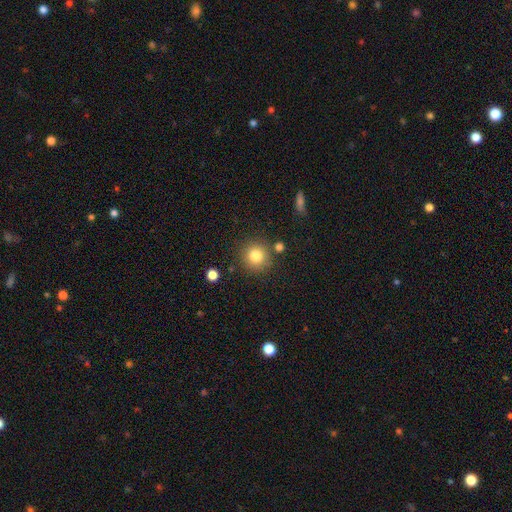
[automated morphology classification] Smooth or featured? smooth (81%)
How rounded? round (92%)
Merging? none (83%)